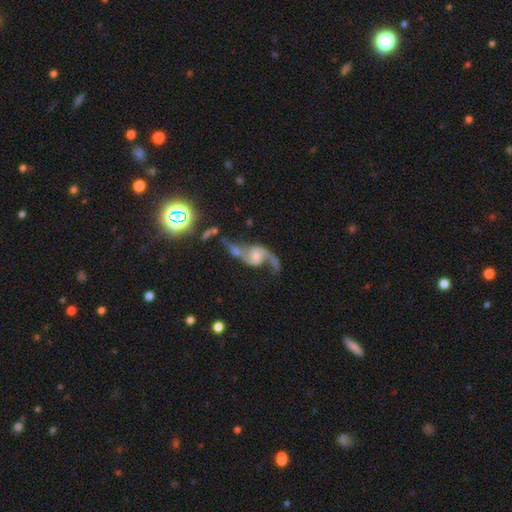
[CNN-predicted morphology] Smooth or featured: featured or disk — 84% (smooth — 10%)
Edge-on disk: no — 96% (yes — 4%)
Bar: no — 64% (weak — 29%)
Spiral arms: yes — 94% (no — 6%)
Spiral winding: loose — 79% (medium — 17%)
Spiral arm count: 2 — 88% (1 — 7%)
Bulge size: small — 45% (moderate — 36%)
Merging: none — 36% (merger — 31%)